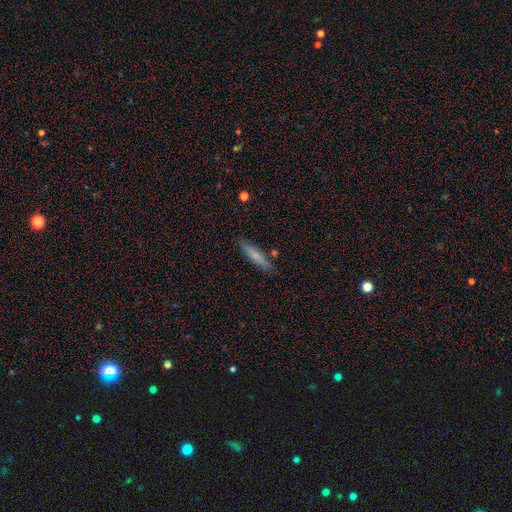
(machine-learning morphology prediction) This appears to be a smooth galaxy with no disk features (72%) that is cigar-shaped (80%). Merging: none (82%).